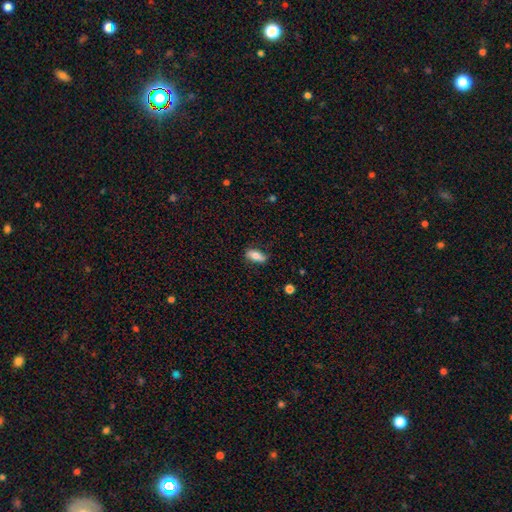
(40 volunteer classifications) Volunteers were most divided on "smooth or featured": smooth: 65%, featured or disk: 28%, star or artifact: 8%. More confident: how rounded — in between (85%); merging — none (84%).